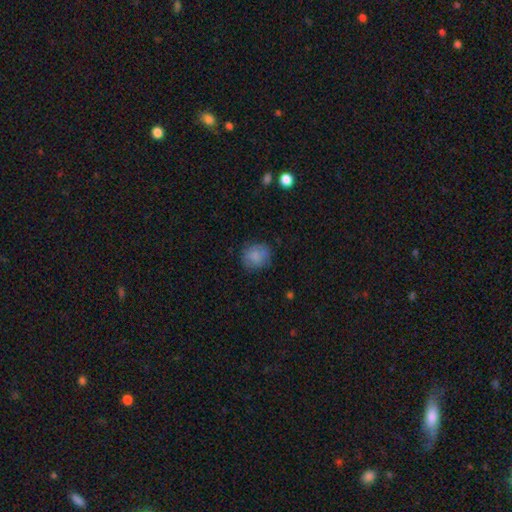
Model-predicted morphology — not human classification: Overall: smooth (80%). How rounded: round (76%). Merging: none (76%).